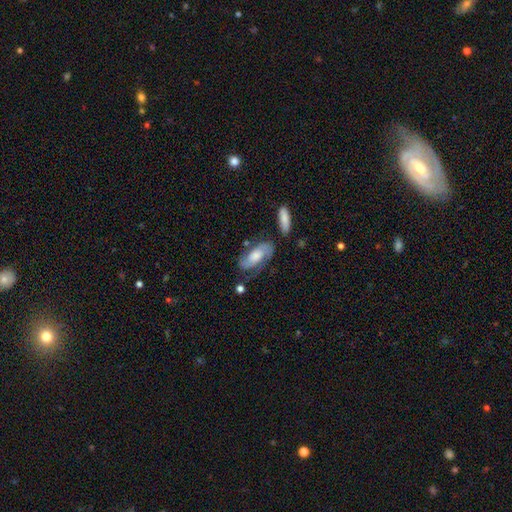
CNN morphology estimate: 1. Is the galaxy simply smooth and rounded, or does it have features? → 64% featured or disk, 30% smooth, 6% star or artifact.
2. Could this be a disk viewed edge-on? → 92% no, 8% yes.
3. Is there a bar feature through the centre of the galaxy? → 64% no, 28% weak, 9% strong.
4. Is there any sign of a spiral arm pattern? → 90% yes, 10% no.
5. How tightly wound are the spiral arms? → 45% medium, 36% tight, 19% loose.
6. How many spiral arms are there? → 80% 2, 11% can't tell, 5% 1, 2% 3, 1% 4, 1% more than 4.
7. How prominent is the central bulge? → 39% moderate, 27% large, 21% small, 9% none, 4% dominant.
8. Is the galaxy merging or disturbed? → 63% none, 20% minor disturbance, 10% major disturbance, 6% merger.